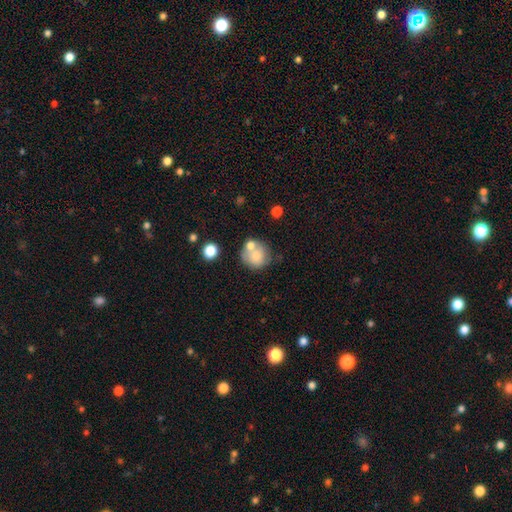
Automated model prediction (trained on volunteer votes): A smooth galaxy with no disk features (72%) that is round (85%).

Vote fractions:
- Smooth or featured? smooth: 72% / featured or disk: 19% / star or artifact: 9%
- How rounded? round: 85% / in between: 14% / cigar-shaped: 1%
- Merging? none: 49% / merger: 28% / minor disturbance: 16% / major disturbance: 7%